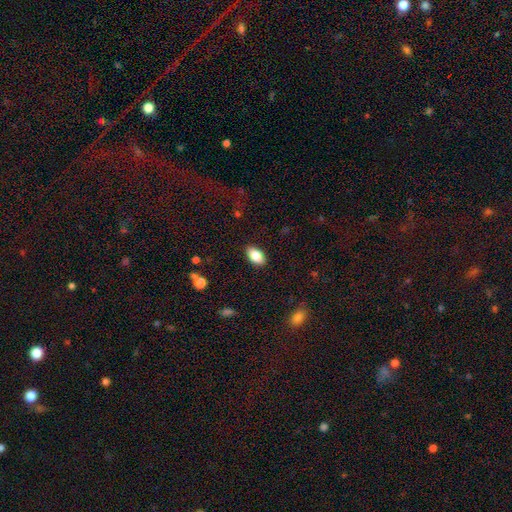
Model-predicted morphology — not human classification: type=smooth (86%); roundness=in between (93%); merging=none (87%).